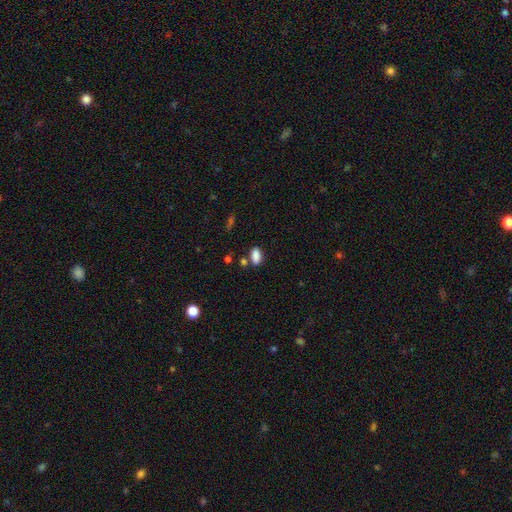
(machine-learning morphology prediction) smooth 87%, star or artifact 9%, featured or disk 4%. Down the decision tree: how rounded — in between (88%); merging — none (75%).